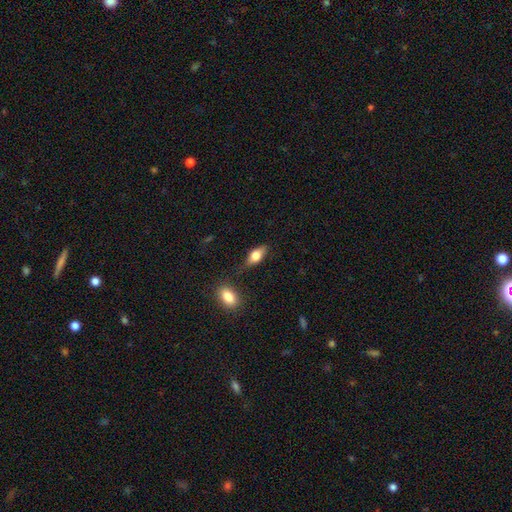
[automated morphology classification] type=smooth (67%); roundness=in between (78%); merging=none (75%).